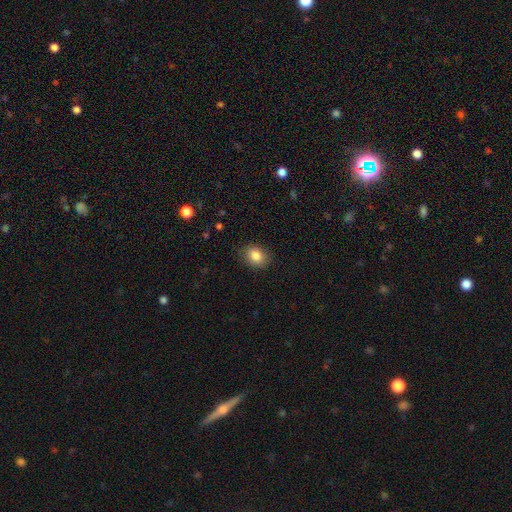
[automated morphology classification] A smooth galaxy with no disk features (85%) that is in between round and cigar-shaped (57%). Merging: none (86%).